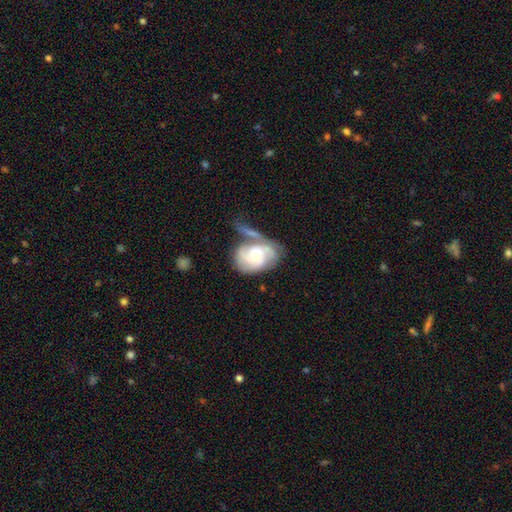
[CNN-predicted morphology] featured or disk 73%, smooth 21%, star or artifact 6%. Down the decision tree: edge-on disk — no (97%); bar — no (69%); spiral arms — yes (89%); spiral arm count — 2 (36%); spiral winding — tight (51%); bulge size — moderate (51%); merging — none (37%).